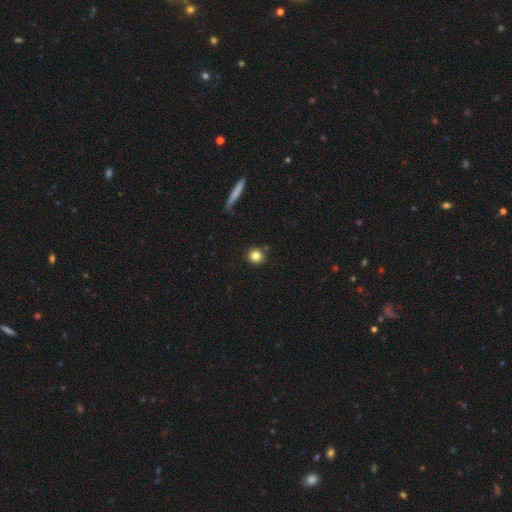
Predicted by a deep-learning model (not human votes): Smooth or featured? smooth (82%)
How rounded? round (93%)
Merging? none (86%)